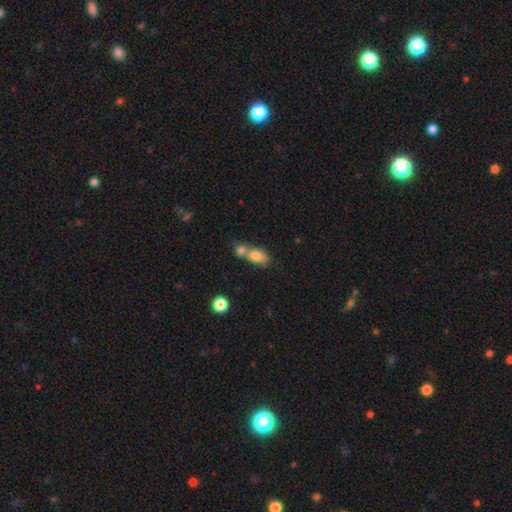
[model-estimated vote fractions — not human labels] A smooth galaxy with no disk features (78%) that is in between round and cigar-shaped (77%).

Vote fractions:
- Smooth or featured? smooth: 78% / featured or disk: 13% / star or artifact: 9%
- How rounded? in between: 77% / round: 19% / cigar-shaped: 4%
- Merging? merger: 64% / none: 23% / minor disturbance: 8% / major disturbance: 4%